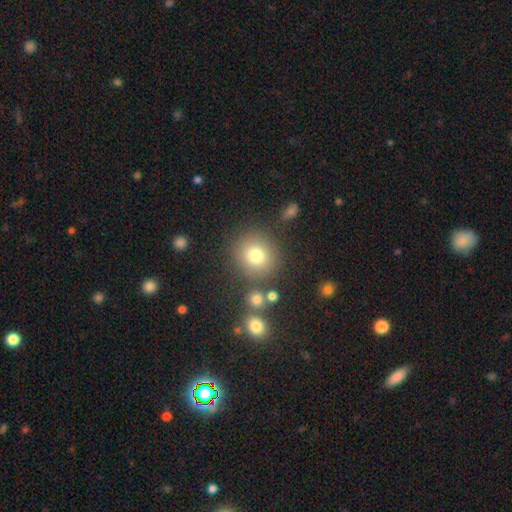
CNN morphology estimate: This appears to be a smooth galaxy with no disk features (76%) that is round (89%). Merging: none (80%).